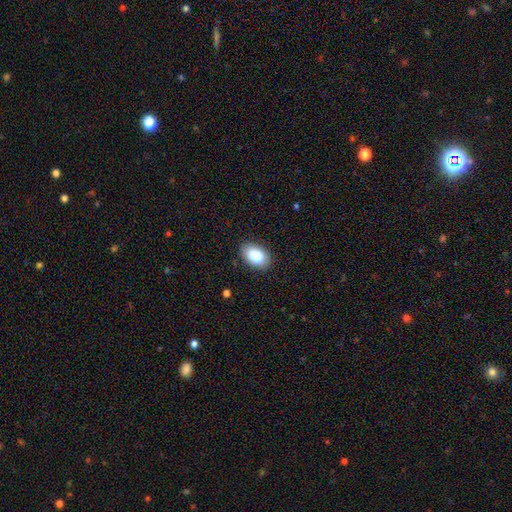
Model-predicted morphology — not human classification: Smooth or featured: smooth — 88% (star or artifact — 6%)
How rounded: in between — 93% (round — 6%)
Merging: none — 86% (minor disturbance — 10%)